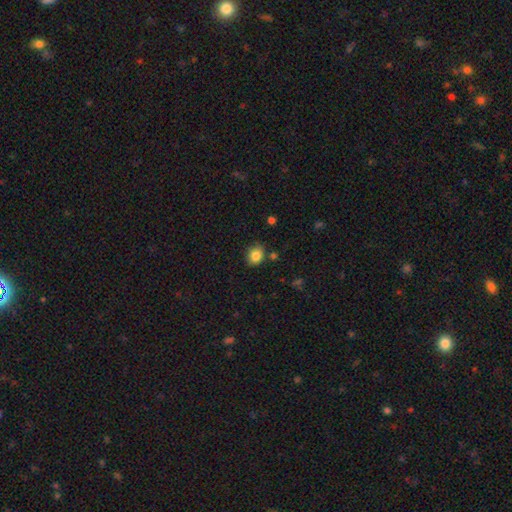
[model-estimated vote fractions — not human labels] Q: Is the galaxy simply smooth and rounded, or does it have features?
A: smooth — 84%.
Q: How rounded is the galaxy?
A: round — 56%.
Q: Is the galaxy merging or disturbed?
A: none — 79%.